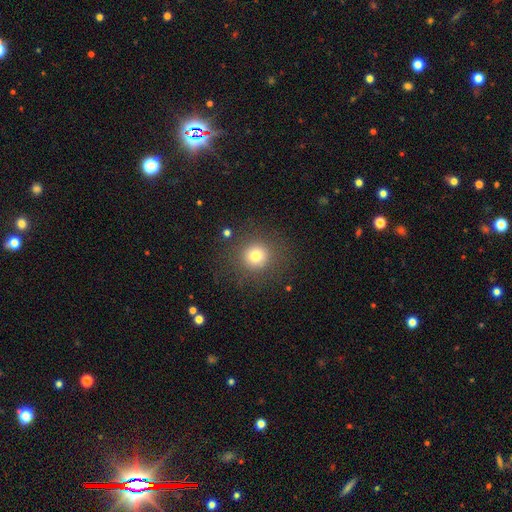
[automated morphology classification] This appears to be a smooth galaxy with no disk features (76%) that is round (92%). Merging: none (85%).